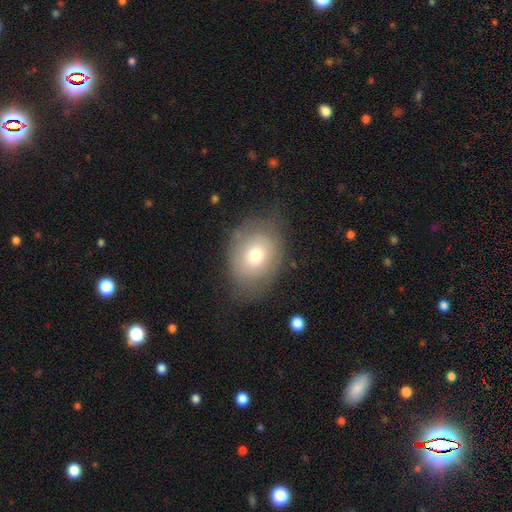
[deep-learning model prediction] This is likely a smooth galaxy (65%). How rounded: likely in between (62%). Merging: likely none (65%).